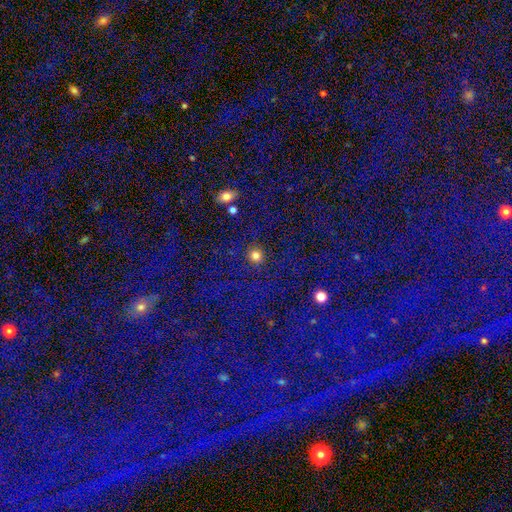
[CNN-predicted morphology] This is likely a smooth galaxy (79%). How rounded: clearly round (92%). Merging: clearly none (86%).